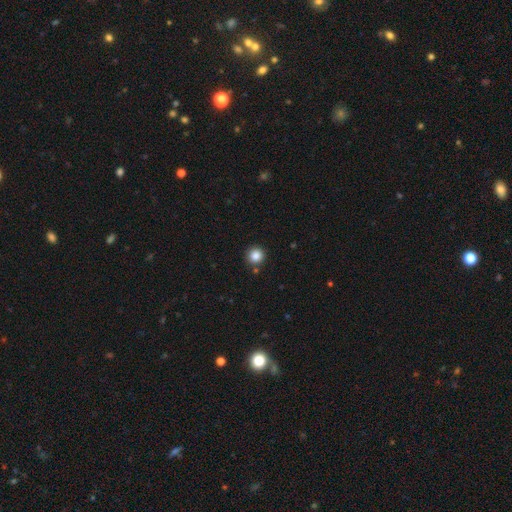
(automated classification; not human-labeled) Smooth or featured: smooth — 85% (star or artifact — 11%)
How rounded: round — 95% (in between — 4%)
Merging: none — 89% (minor disturbance — 6%)